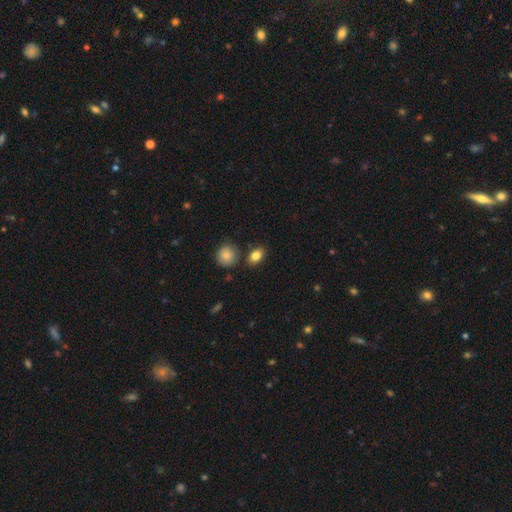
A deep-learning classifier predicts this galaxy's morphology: This appears to be a smooth galaxy with no disk features (83%) that is in between round and cigar-shaped (79%). Merging: none (79%).